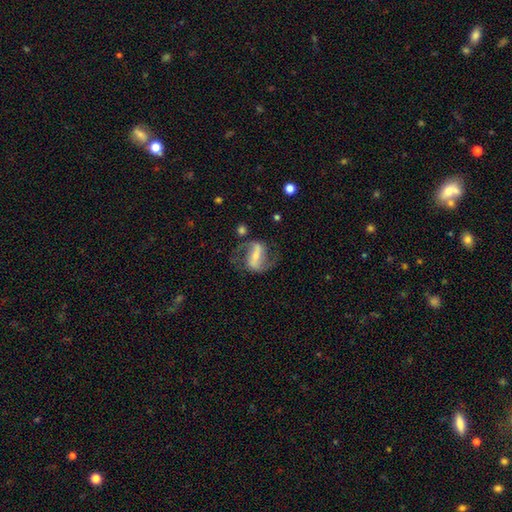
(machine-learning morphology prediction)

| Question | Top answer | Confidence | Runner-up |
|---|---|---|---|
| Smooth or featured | featured or disk | 85% | smooth (10%) |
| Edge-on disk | no | 96% | yes (4%) |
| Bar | strong | 66% | weak (25%) |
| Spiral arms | yes | 94% | no (6%) |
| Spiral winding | medium | 48% | loose (40%) |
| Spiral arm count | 2 | 92% | 1 (3%) |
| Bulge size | small | 47% | moderate (30%) |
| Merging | none | 70% | minor disturbance (15%) |